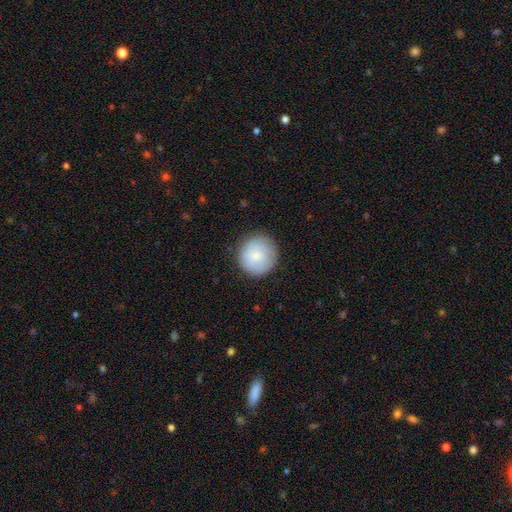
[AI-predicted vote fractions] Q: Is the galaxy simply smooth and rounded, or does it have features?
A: smooth — 80%.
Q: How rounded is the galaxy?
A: round — 94%.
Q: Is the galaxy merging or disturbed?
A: none — 86%.